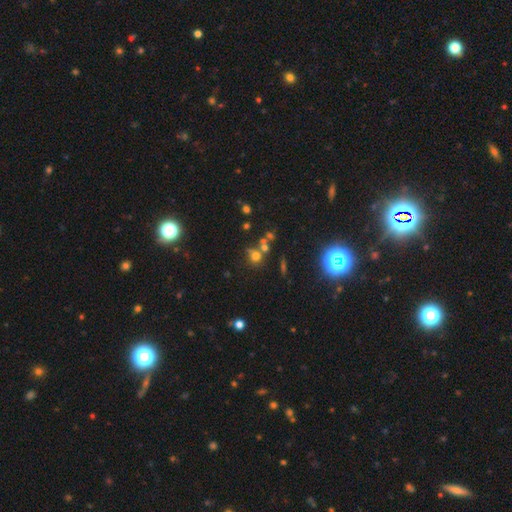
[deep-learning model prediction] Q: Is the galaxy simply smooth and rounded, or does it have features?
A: smooth — 59%.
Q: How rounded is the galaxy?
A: round — 84%.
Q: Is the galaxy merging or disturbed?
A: none — 54%.